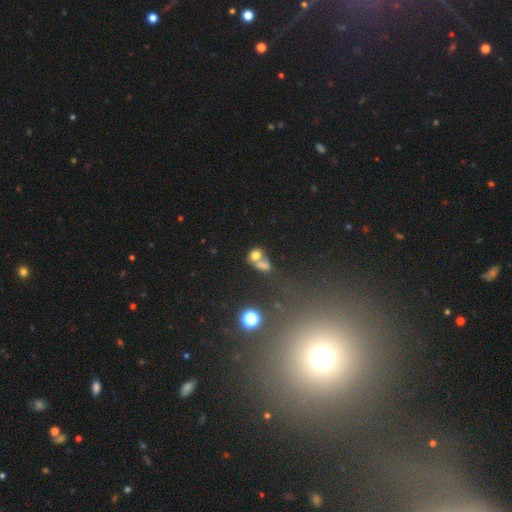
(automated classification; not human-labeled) Smooth or featured? Predicted: smooth (p=0.66). How rounded? Predicted: in between (p=0.50). Merging? Predicted: merger (p=0.64).